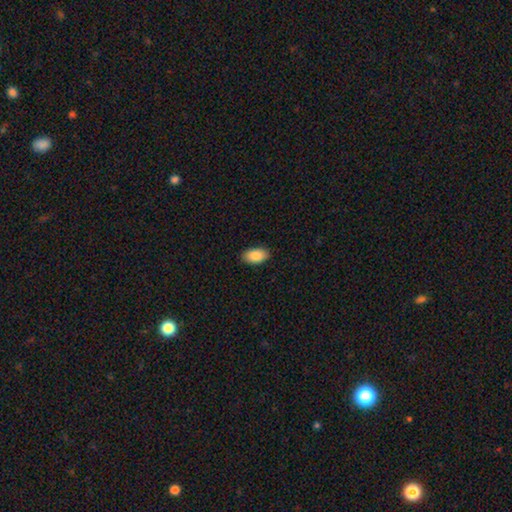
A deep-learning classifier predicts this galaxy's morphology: smooth_or_featured: smooth (p=0.88) [alt: star or artifact p=0.06]
how_rounded: in between (p=0.95) [alt: round p=0.03]
merging: none (p=0.89) [alt: minor disturbance p=0.08]